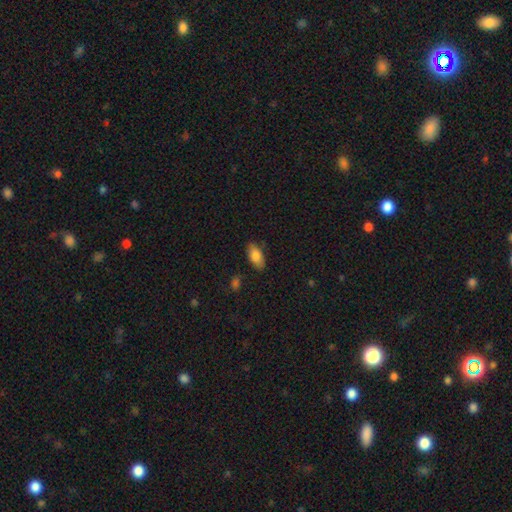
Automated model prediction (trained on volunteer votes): Q: Smooth or featured?
A: smooth (81%); runner-up: featured or disk (12%)
Q: How rounded?
A: in between (92%); runner-up: cigar-shaped (5%)
Q: Merging?
A: none (84%); runner-up: minor disturbance (12%)